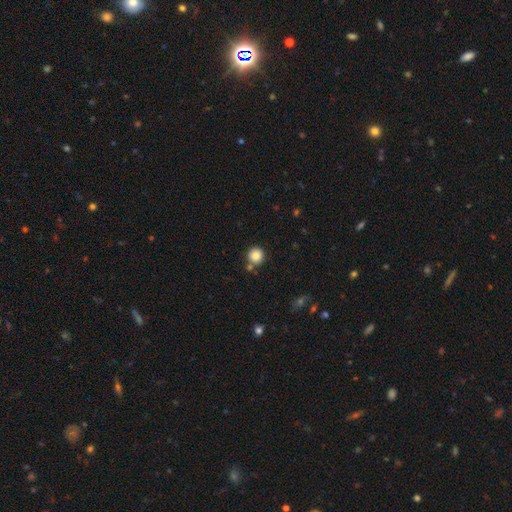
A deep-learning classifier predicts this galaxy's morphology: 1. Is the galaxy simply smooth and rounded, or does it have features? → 85% smooth, 10% star or artifact, 5% featured or disk.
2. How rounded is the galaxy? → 93% round, 6% in between, 1% cigar-shaped.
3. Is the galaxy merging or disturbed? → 76% none, 11% merger, 9% minor disturbance, 3% major disturbance.